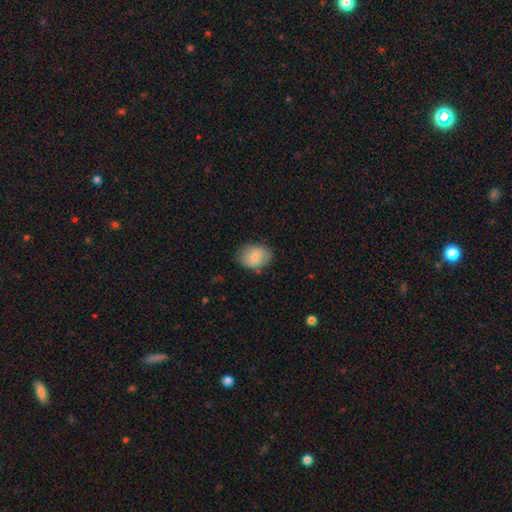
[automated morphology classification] smooth-or-featured: smooth: 80% | featured or disk: 13% | star or artifact: 7%
  how-rounded: in between: 70% | round: 29% | cigar-shaped: 1%
  merging: none: 79% | minor disturbance: 16% | major disturbance: 4% | merger: 1%